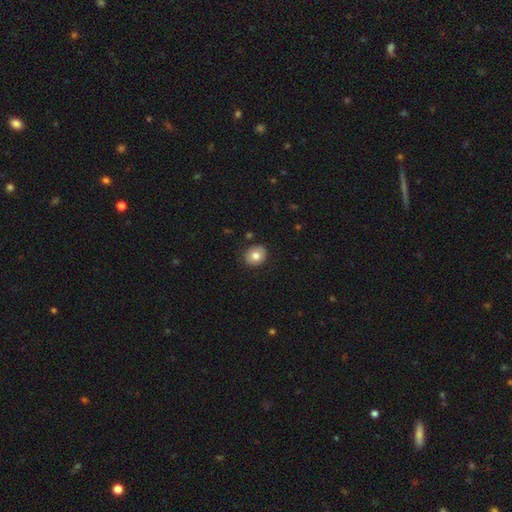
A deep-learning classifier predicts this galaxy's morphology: Q: Smooth or featured?
A: smooth (77%); runner-up: featured or disk (14%)
Q: How rounded?
A: round (66%); runner-up: in between (33%)
Q: Merging?
A: none (85%); runner-up: minor disturbance (11%)